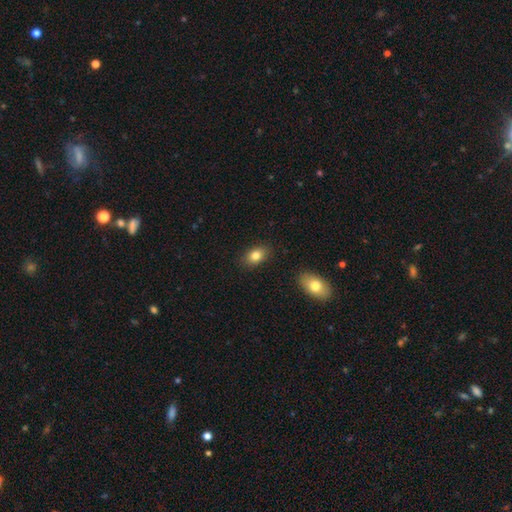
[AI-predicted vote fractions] Q: Smooth or featured?
A: smooth (82%); runner-up: featured or disk (9%)
Q: How rounded?
A: in between (82%); runner-up: round (17%)
Q: Merging?
A: none (86%); runner-up: minor disturbance (10%)